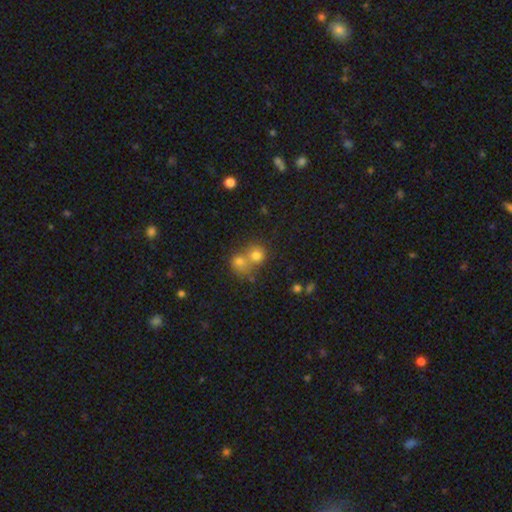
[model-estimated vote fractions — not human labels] This is likely a smooth galaxy (72%). How rounded: likely round (78%). Merging: possibly merger (58%).